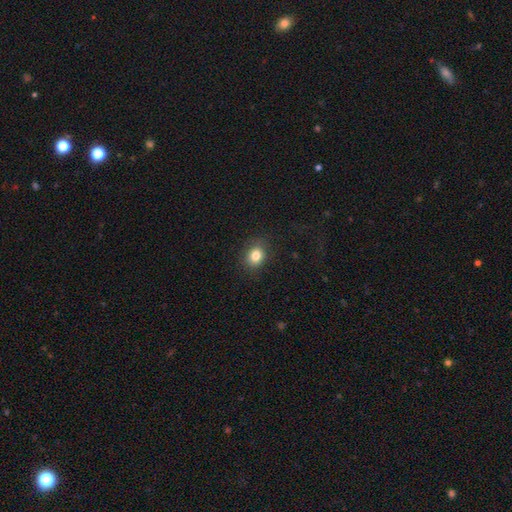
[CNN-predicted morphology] smooth-or-featured: smooth: 81% | star or artifact: 11% | featured or disk: 7%
  how-rounded: round: 55% | in between: 44% | cigar-shaped: 1%
  merging: none: 85% | minor disturbance: 11% | major disturbance: 3% | merger: 1%